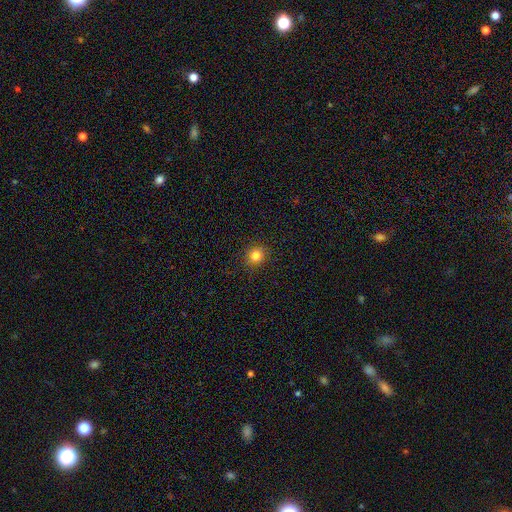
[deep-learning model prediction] Q: Smooth or featured?
A: smooth (82%); runner-up: star or artifact (13%)
Q: How rounded?
A: round (85%); runner-up: in between (14%)
Q: Merging?
A: none (90%); runner-up: minor disturbance (7%)